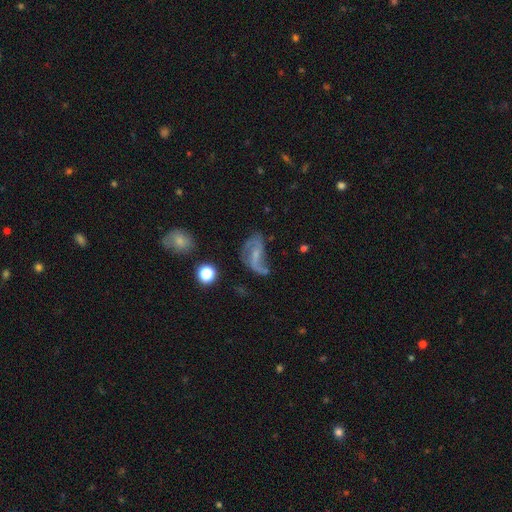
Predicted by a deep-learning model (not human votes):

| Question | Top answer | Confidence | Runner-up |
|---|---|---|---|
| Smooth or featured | featured or disk | 75% | smooth (15%) |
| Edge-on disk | no | 96% | yes (4%) |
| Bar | weak | 44% | no (37%) |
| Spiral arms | yes | 88% | no (12%) |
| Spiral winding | loose | 73% | medium (21%) |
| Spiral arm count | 2 | 79% | 1 (11%) |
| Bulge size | small | 61% | moderate (20%) |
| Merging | none | 43% | major disturbance (27%) |